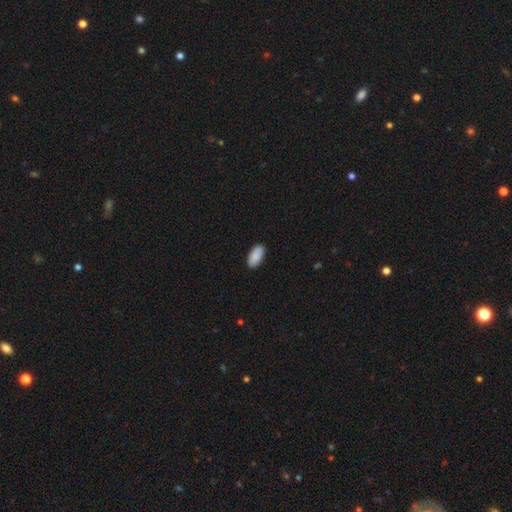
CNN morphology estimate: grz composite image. It shows a smooth galaxy with no disk features (90%) that is in between round and cigar-shaped (94%). Merging: none (89%).